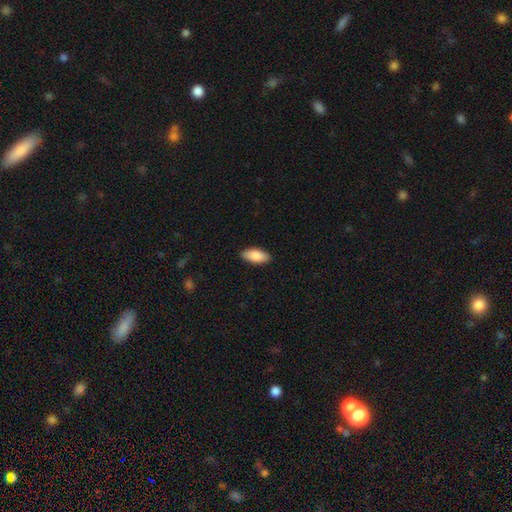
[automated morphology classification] smooth_or_featured: smooth (p=0.86) [alt: featured or disk p=0.09]
how_rounded: in between (p=0.87) [alt: cigar-shaped p=0.11]
merging: none (p=0.89) [alt: minor disturbance p=0.08]